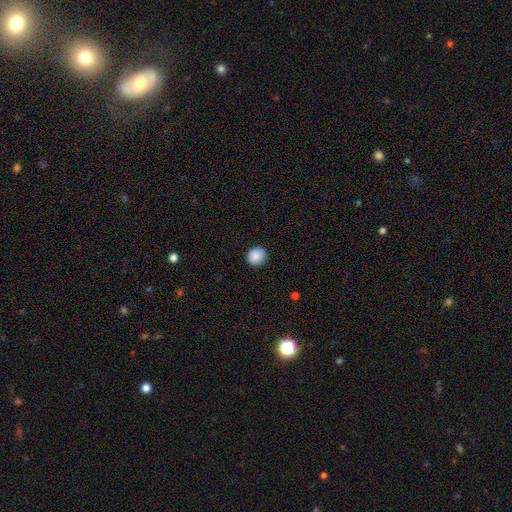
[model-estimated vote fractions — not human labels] Smooth or featured: smooth — 88% (star or artifact — 8%)
How rounded: round — 85% (in between — 14%)
Merging: none — 89% (minor disturbance — 8%)